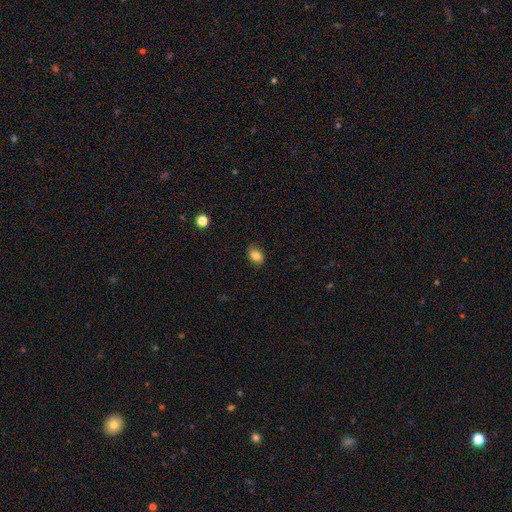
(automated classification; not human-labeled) This appears to be a smooth galaxy with no disk features (84%) that is in between round and cigar-shaped (72%). Merging: none (84%).